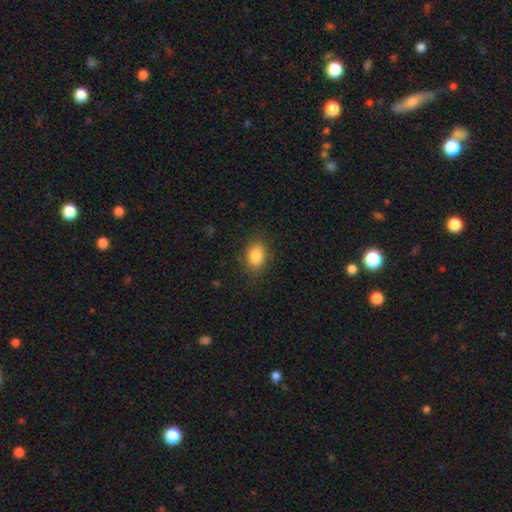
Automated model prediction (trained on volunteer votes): Smooth or featured?
  - smooth: 85% *
  - star or artifact: 9%
  - featured or disk: 7%
How rounded?
  - in between: 75% *
  - round: 24%
  - cigar-shaped: 1%
Merging?
  - none: 83% *
  - minor disturbance: 12%
  - major disturbance: 4%
  - merger: 1%